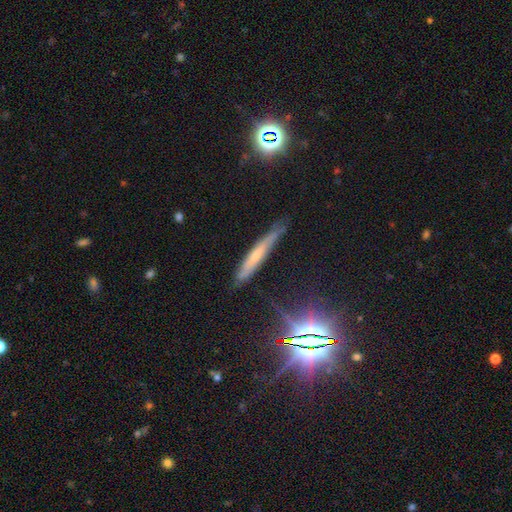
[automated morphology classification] smooth-or-featured: featured or disk: 42% | smooth: 41% | star or artifact: 17%
  merging: none: 72% | minor disturbance: 22% | major disturbance: 4% | merger: 2%